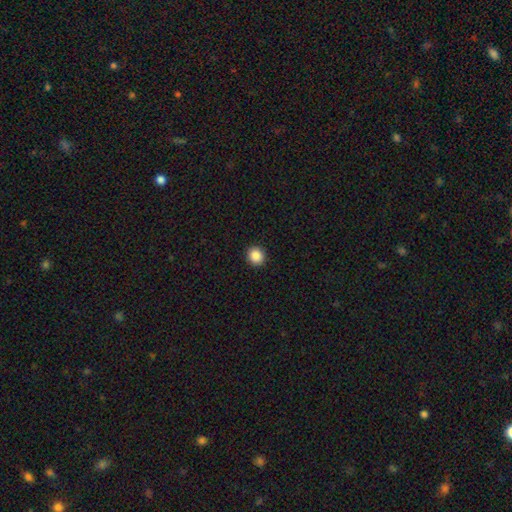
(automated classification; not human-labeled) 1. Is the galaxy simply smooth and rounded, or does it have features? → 88% smooth, 10% star or artifact, 3% featured or disk.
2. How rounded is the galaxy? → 88% round, 11% in between, 1% cigar-shaped.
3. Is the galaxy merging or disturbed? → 93% none, 4% minor disturbance, 2% major disturbance, 1% merger.